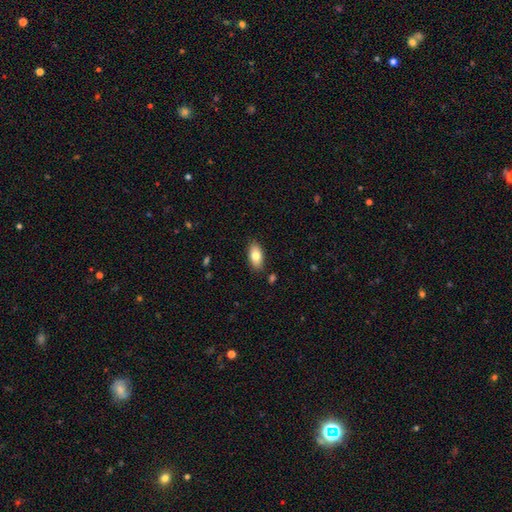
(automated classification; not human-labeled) The model was most divided on "smooth or featured": smooth: 80%, featured or disk: 13%, star or artifact: 7%. More confident: how rounded — in between (91%); merging — none (86%).